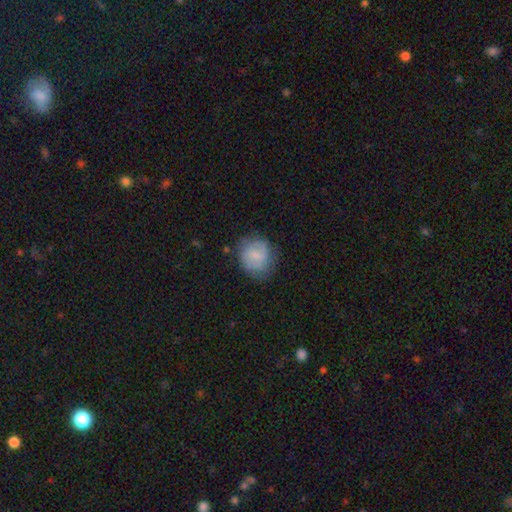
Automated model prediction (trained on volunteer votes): Smooth or featured? smooth (58%)
How rounded? round (72%)
Merging? none (68%)